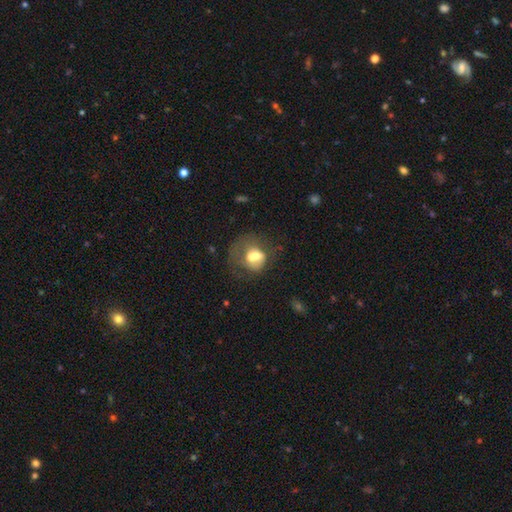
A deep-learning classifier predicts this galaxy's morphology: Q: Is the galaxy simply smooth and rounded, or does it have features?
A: smooth — 54%.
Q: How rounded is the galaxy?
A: round — 54%.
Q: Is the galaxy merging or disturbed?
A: merger — 31%.